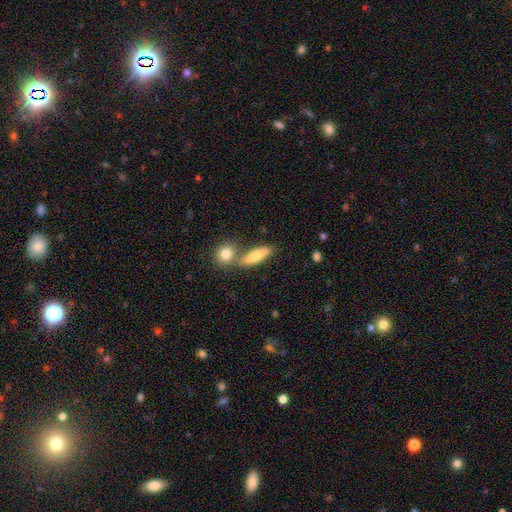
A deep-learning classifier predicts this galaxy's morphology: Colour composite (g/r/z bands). It shows a smooth galaxy with no disk features (64%) that is cigar-shaped (50%). Merging: none (60%).